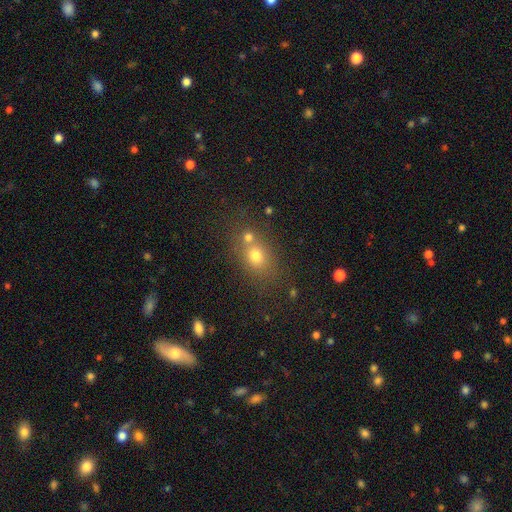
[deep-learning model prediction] Smooth or featured: smooth — 70% (star or artifact — 17%)
How rounded: round — 56% (in between — 42%)
Merging: none — 53% (merger — 33%)